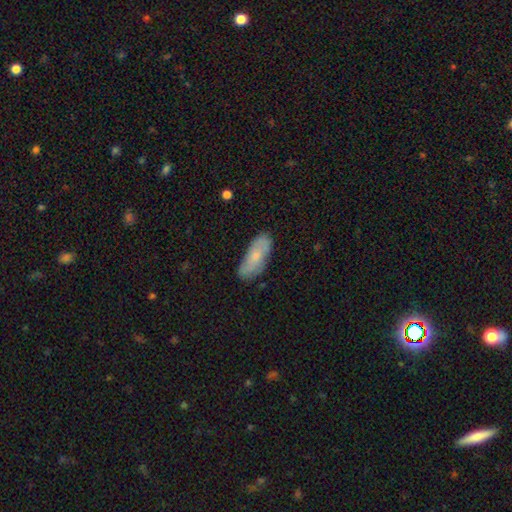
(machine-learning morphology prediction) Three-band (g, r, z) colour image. It shows a smooth galaxy with no disk features (65%) that is in between round and cigar-shaped (75%). Merging: none (74%).